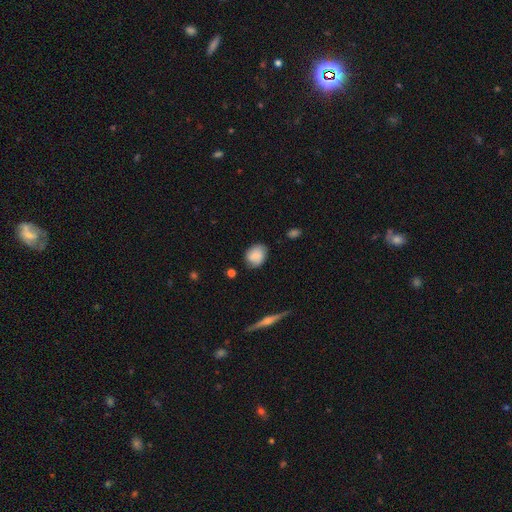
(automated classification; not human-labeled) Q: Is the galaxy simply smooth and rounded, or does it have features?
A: smooth — 69%.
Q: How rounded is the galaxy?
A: in between — 52%.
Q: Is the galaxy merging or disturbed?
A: none — 73%.